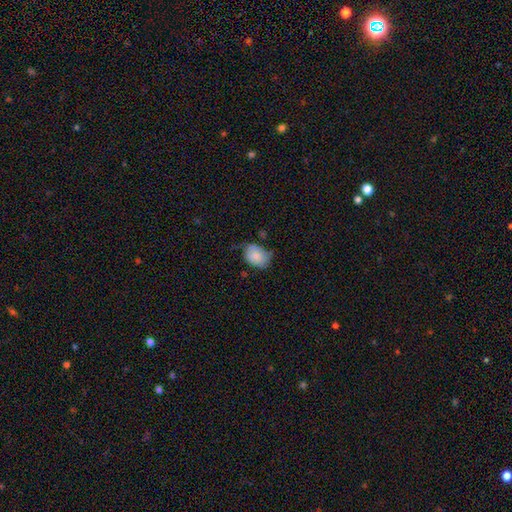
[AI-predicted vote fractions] smooth_or_featured: smooth (p=0.80) [alt: featured or disk p=0.12]
how_rounded: in between (p=0.70) [alt: round p=0.29]
merging: none (p=0.47) [alt: minor disturbance p=0.39]